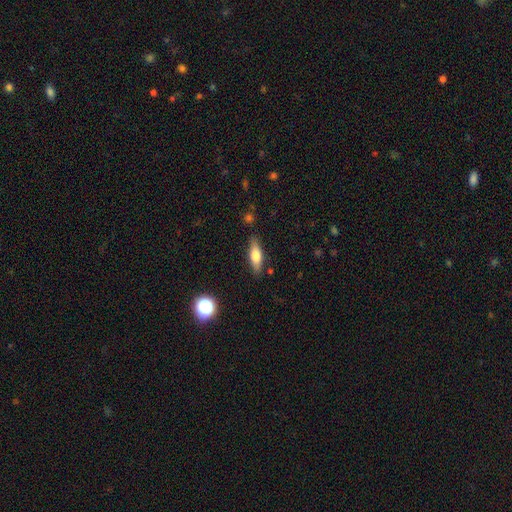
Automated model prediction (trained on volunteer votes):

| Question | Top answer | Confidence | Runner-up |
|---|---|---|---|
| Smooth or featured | smooth | 64% | featured or disk (29%) |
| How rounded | in between | 53% | cigar-shaped (44%) |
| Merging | none | 84% | minor disturbance (11%) |